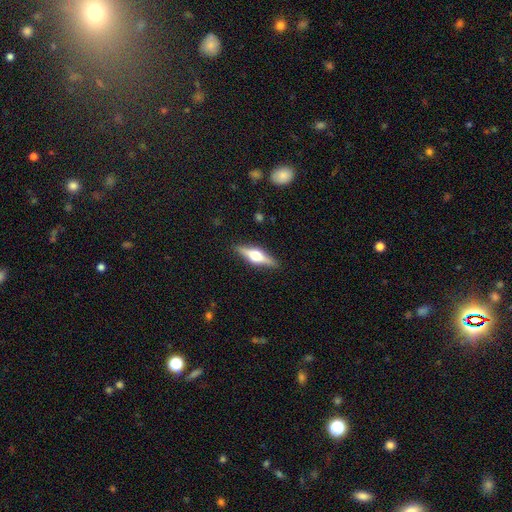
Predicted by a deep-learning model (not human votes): Smooth or featured? featured or disk (65%)
Edge-on disk? yes (96%)
Edge-on bulge? rounded (95%)
Merging? none (90%)